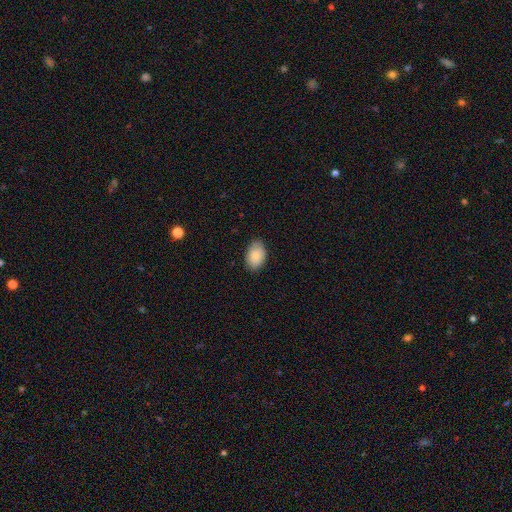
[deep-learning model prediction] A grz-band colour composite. It shows a smooth galaxy with no disk features (85%) that is in between round and cigar-shaped (87%). Merging: none (85%).